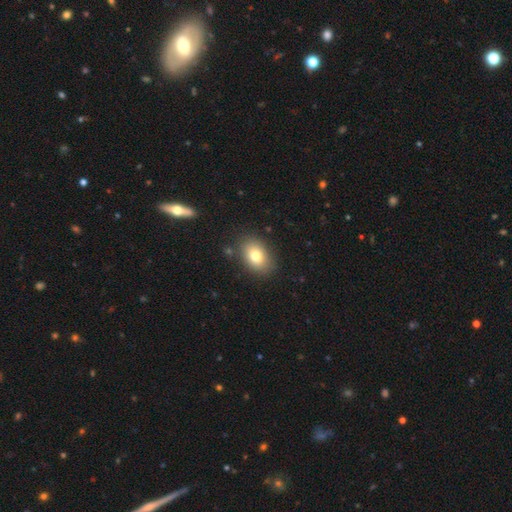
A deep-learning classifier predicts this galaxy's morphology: smooth_or_featured: smooth (p=0.78) [alt: featured or disk p=0.13]
how_rounded: in between (p=0.80) [alt: round p=0.19]
merging: none (p=0.85) [alt: minor disturbance p=0.10]